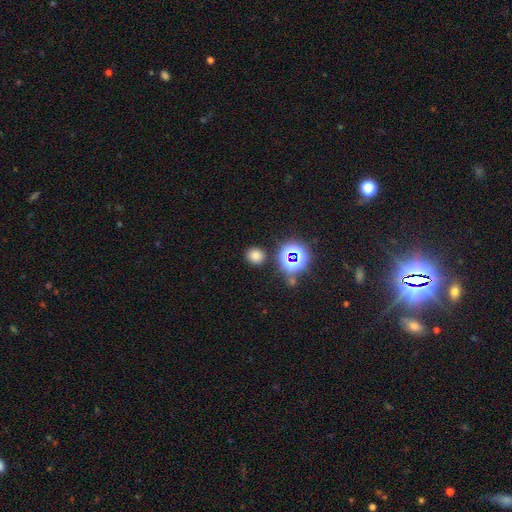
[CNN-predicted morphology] Smooth or featured?
  - smooth: 73% *
  - star or artifact: 21%
  - featured or disk: 6%
How rounded?
  - round: 83% *
  - in between: 16%
  - cigar-shaped: 1%
Merging?
  - none: 86% *
  - minor disturbance: 7%
  - merger: 3%
  - major disturbance: 3%